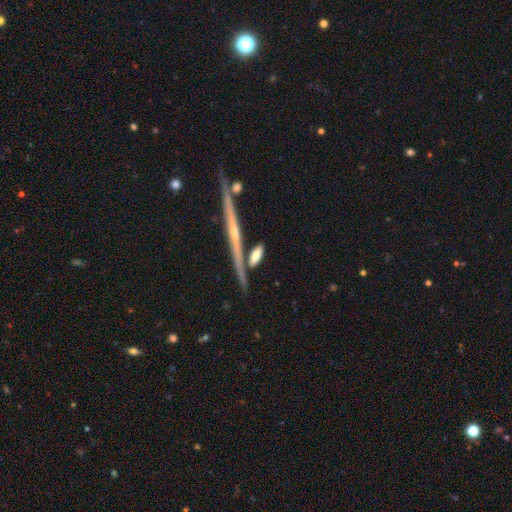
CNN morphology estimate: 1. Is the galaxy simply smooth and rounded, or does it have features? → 66% smooth, 28% featured or disk, 6% star or artifact.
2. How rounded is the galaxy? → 55% in between, 39% cigar-shaped, 6% round.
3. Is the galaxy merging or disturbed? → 68% none, 15% minor disturbance, 12% merger, 5% major disturbance.